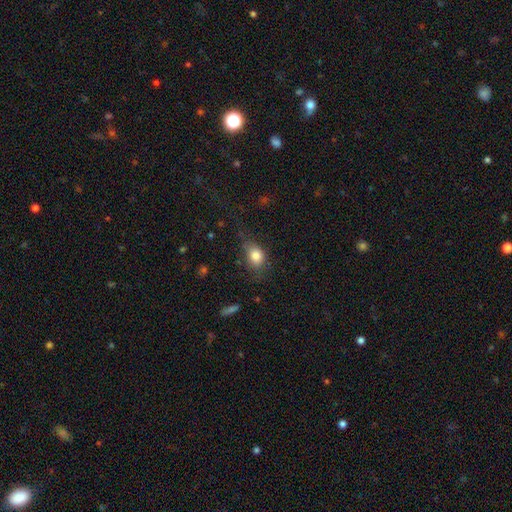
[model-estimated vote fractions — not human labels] smooth_or_featured: smooth (p=0.82) [alt: star or artifact p=0.10]
how_rounded: in between (p=0.62) [alt: round p=0.37]
merging: none (p=0.56) [alt: minor disturbance p=0.28]